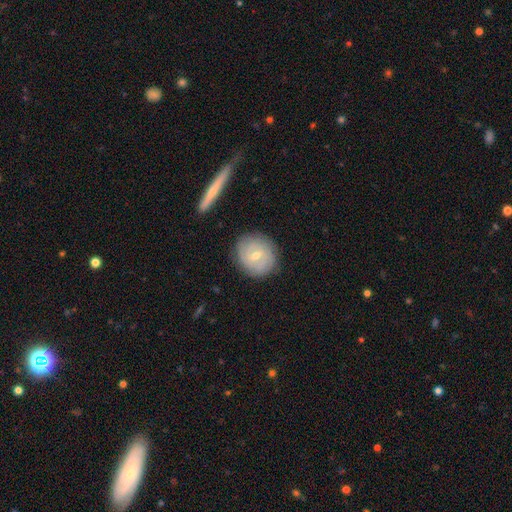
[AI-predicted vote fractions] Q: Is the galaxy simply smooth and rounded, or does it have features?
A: featured or disk — 64%.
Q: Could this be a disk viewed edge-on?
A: no — 96%.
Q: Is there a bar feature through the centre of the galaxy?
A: weak — 53%.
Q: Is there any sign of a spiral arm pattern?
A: yes — 85%.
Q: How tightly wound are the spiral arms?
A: tight — 69%.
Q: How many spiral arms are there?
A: can't tell — 39%.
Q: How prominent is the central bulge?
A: small — 50%.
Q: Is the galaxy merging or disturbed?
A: none — 83%.